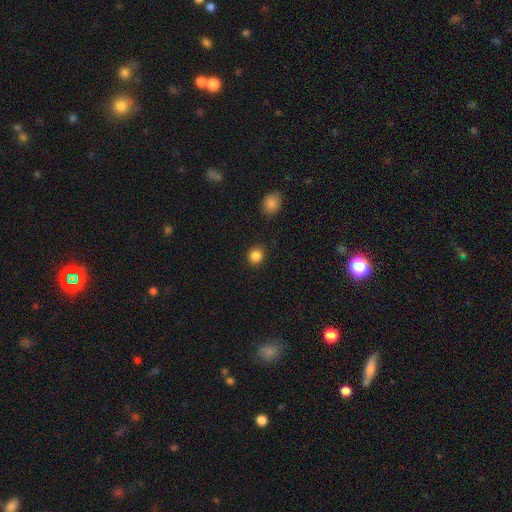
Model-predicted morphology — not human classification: smooth-or-featured: smooth: 86% | star or artifact: 11% | featured or disk: 4%
  how-rounded: round: 82% | in between: 17% | cigar-shaped: 1%
  merging: none: 89% | minor disturbance: 7% | major disturbance: 2% | merger: 2%